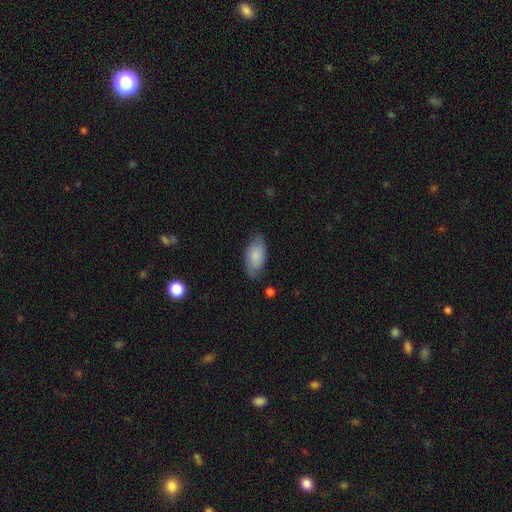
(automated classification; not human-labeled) Smooth or featured? Predicted: smooth (p=0.77). How rounded? Predicted: in between (p=0.92). Merging? Predicted: none (p=0.74).